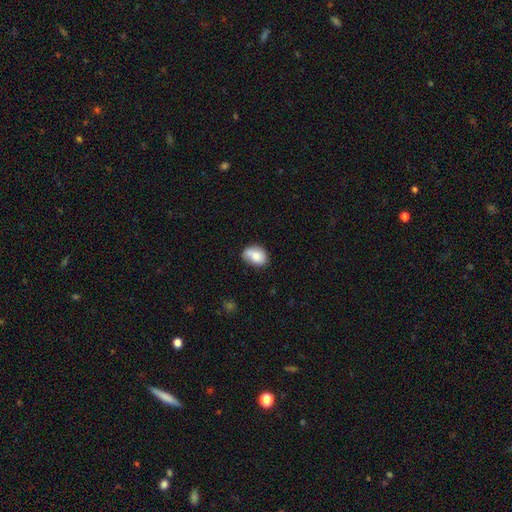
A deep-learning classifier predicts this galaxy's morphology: smooth-or-featured: smooth: 78% | featured or disk: 14% | star or artifact: 8%
  how-rounded: in between: 74% | round: 25% | cigar-shaped: 1%
  merging: none: 57% | minor disturbance: 29% | major disturbance: 7% | merger: 7%